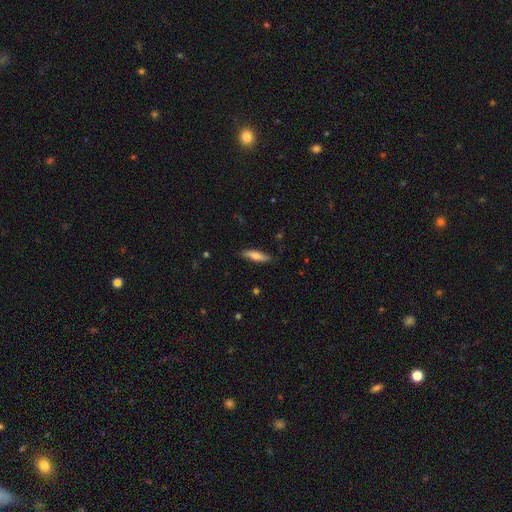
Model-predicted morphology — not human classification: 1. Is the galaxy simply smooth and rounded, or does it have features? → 68% smooth, 26% featured or disk, 6% star or artifact.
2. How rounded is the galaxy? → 67% cigar-shaped, 31% in between, 2% round.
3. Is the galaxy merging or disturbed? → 84% none, 13% minor disturbance, 2% major disturbance, 1% merger.